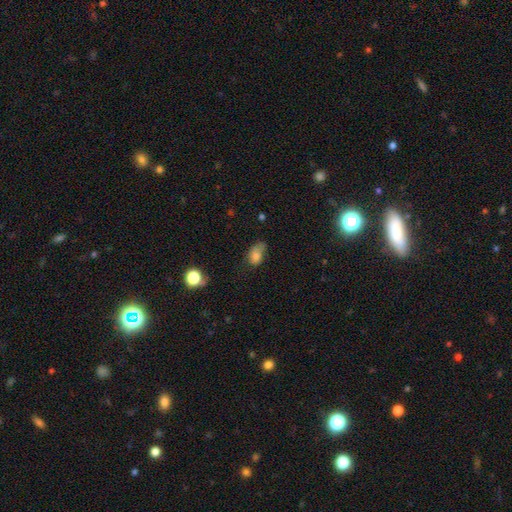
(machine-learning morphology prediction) The model was most divided on "merging": minor disturbance: 38%, none: 37%, major disturbance: 22%, merger: 4%. More confident: how rounded — in between (86%); smooth or featured — smooth (76%).